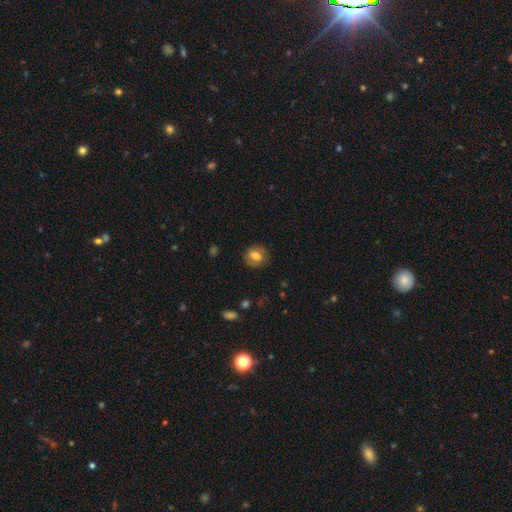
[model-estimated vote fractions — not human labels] Smooth or featured: smooth — 73% (featured or disk — 18%)
How rounded: round — 61% (in between — 38%)
Merging: none — 79% (minor disturbance — 15%)